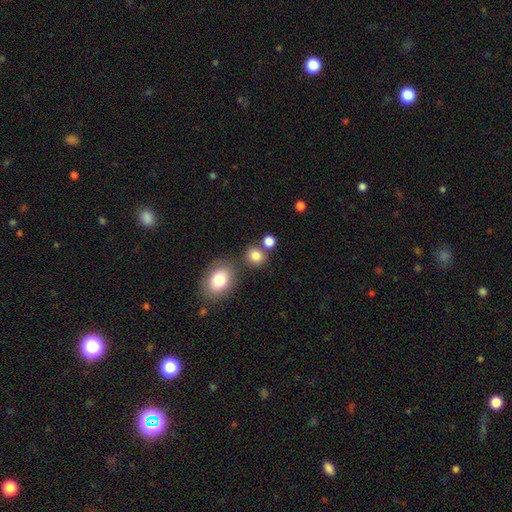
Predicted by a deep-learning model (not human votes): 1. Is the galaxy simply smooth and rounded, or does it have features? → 83% smooth, 12% star or artifact, 6% featured or disk.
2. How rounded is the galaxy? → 79% round, 20% in between, 1% cigar-shaped.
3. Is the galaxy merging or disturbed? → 73% none, 14% merger, 9% minor disturbance, 3% major disturbance.